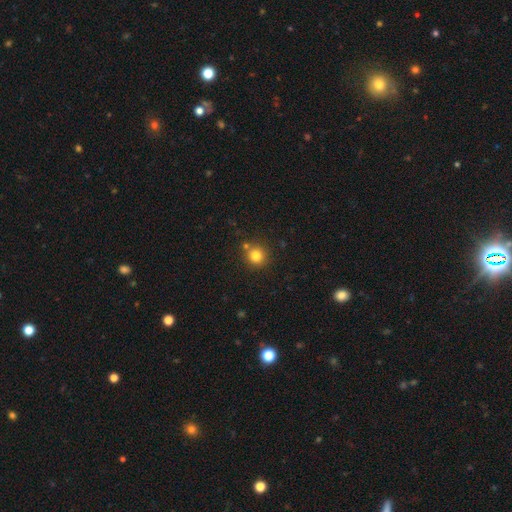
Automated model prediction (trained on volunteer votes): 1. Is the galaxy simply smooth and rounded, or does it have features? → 80% smooth, 13% star or artifact, 7% featured or disk.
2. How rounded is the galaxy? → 92% round, 7% in between, 1% cigar-shaped.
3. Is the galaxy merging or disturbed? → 80% none, 9% merger, 9% minor disturbance, 3% major disturbance.